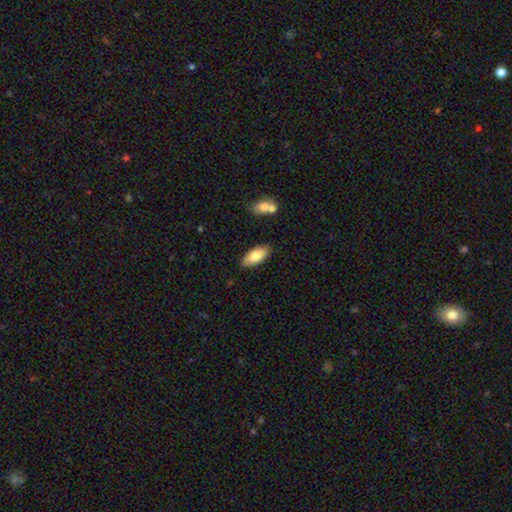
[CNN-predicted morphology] smooth 78%, featured or disk 16%, star or artifact 6%. Down the decision tree: how rounded — in between (87%); merging — none (85%).